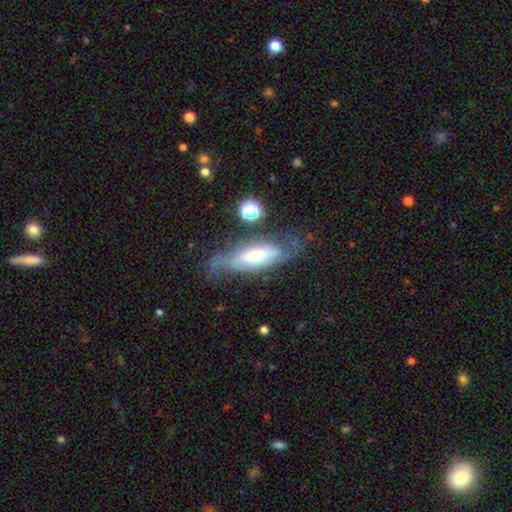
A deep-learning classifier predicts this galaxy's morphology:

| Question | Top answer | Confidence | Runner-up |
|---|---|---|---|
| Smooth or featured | featured or disk | 55% | smooth (37%) |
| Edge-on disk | no | 66% | yes (34%) |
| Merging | none | 51% | minor disturbance (27%) |